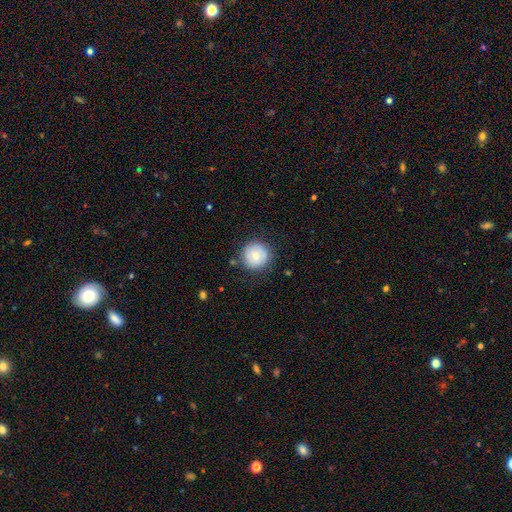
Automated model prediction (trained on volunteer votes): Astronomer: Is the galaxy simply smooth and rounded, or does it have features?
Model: smooth — 68%.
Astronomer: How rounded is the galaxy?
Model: round — 94%.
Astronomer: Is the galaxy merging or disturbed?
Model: none — 81%.